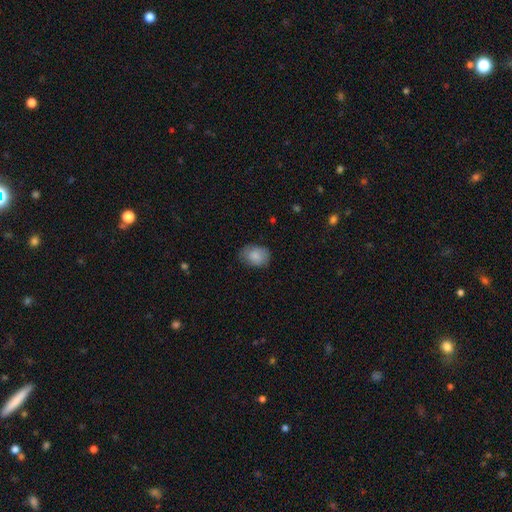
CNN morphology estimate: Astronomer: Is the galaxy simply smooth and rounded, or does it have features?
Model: smooth — 86%.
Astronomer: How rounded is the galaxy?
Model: in between — 67%.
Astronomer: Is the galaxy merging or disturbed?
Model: none — 72%.